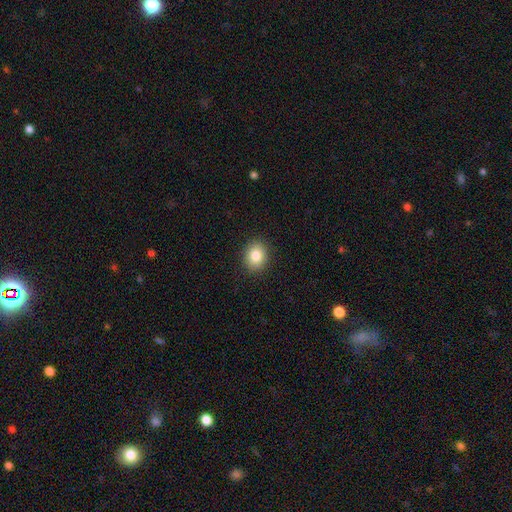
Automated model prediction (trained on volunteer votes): The model was most divided on "how rounded": round: 56%, in between: 43%, cigar-shaped: 1%. More confident: merging — none (90%); smooth or featured — smooth (83%).